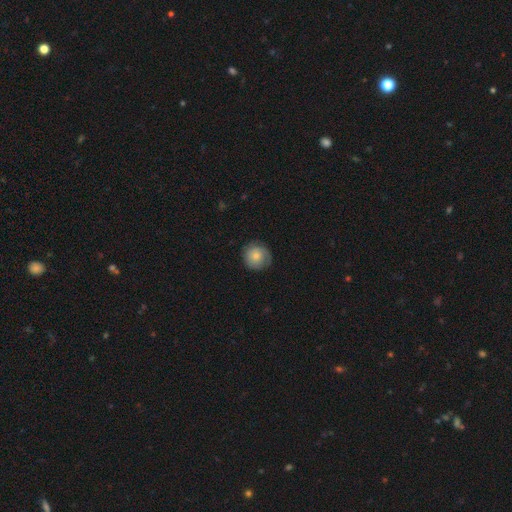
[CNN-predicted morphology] Smooth or featured? Predicted: smooth (p=0.74). How rounded? Predicted: round (p=0.92). Merging? Predicted: none (p=0.79).